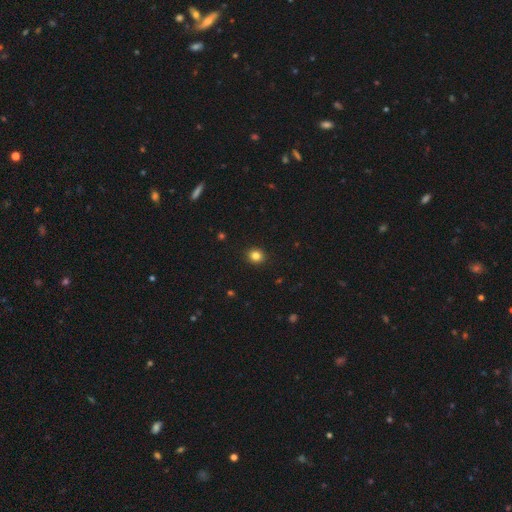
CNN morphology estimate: Smooth or featured? smooth (83%)
How rounded? round (83%)
Merging? none (92%)